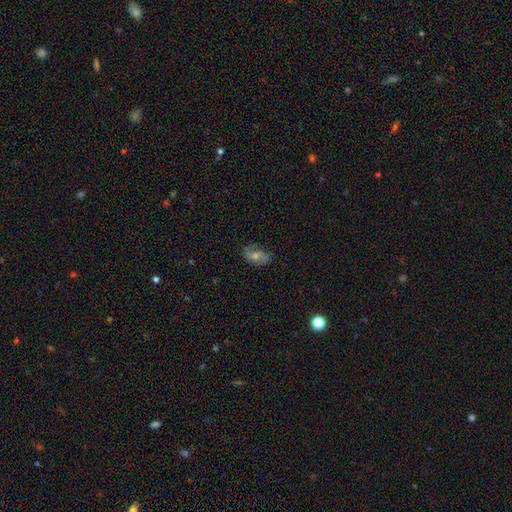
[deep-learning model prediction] Smooth or featured?
  - featured or disk: 63% *
  - smooth: 24%
  - star or artifact: 13%
Edge-on disk?
  - no: 95% *
  - yes: 5%
Bar?
  - no: 59% *
  - weak: 33%
  - strong: 8%
Spiral arms?
  - yes: 85% *
  - no: 15%
Spiral winding?
  - medium: 44% *
  - tight: 31%
  - loose: 25%
Spiral arm count?
  - 2: 78% *
  - can't tell: 13%
  - 1: 5%
  - 3: 2%
  - 4: 1%
  - more than 4: 1%
Bulge size?
  - moderate: 62% *
  - small: 30%
  - large: 5%
  - none: 2%
  - dominant: 1%
Merging?
  - none: 78% *
  - minor disturbance: 16%
  - major disturbance: 5%
  - merger: 1%